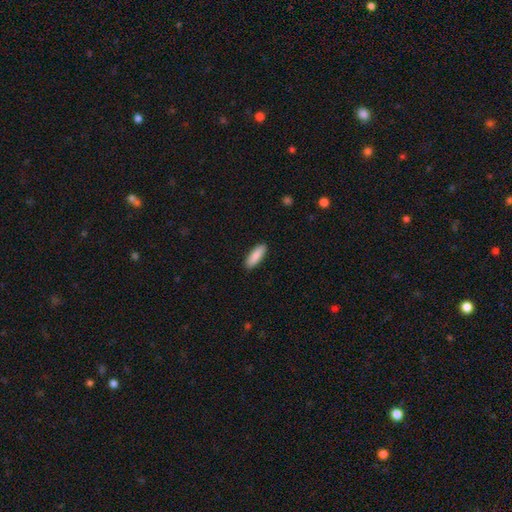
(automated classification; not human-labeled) smooth_or_featured: smooth (p=0.88) [alt: featured or disk p=0.06]
how_rounded: in between (p=0.53) [alt: cigar-shaped p=0.45]
merging: none (p=0.90) [alt: minor disturbance p=0.08]